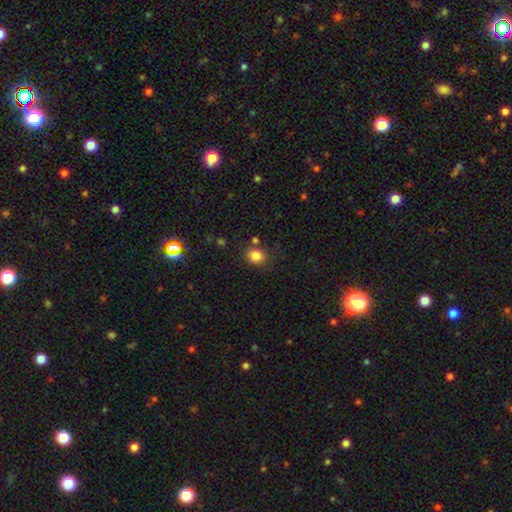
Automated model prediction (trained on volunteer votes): This appears to be a smooth galaxy with no disk features (83%) that is round (55%). Merging: none (75%).